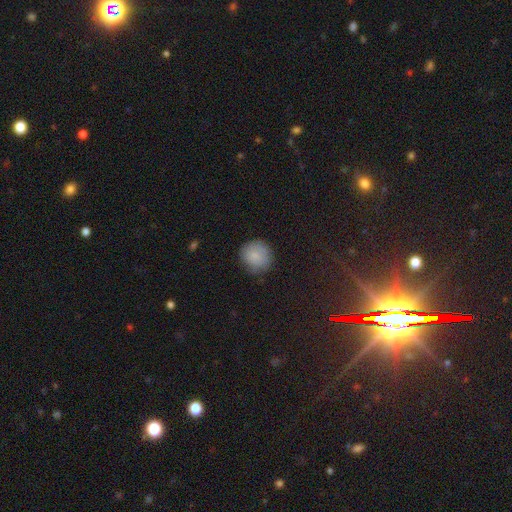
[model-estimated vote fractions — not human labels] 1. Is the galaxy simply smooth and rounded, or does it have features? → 83% smooth, 9% featured or disk, 8% star or artifact.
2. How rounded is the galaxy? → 89% round, 10% in between, 1% cigar-shaped.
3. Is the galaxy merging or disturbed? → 79% none, 17% minor disturbance, 4% major disturbance, 1% merger.